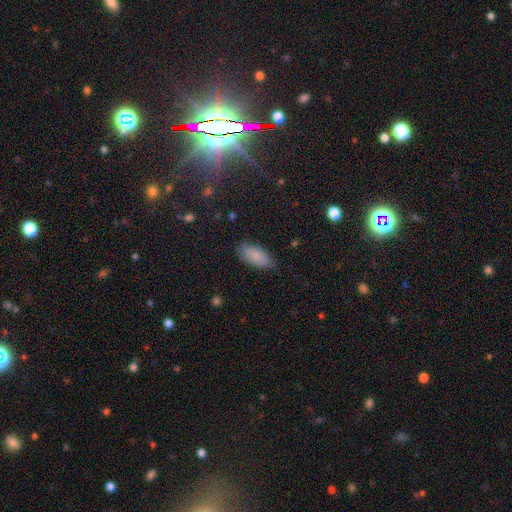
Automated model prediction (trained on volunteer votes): Smooth or featured?
  - smooth: 82% *
  - featured or disk: 11%
  - star or artifact: 7%
How rounded?
  - in between: 92% *
  - cigar-shaped: 6%
  - round: 2%
Merging?
  - none: 73% *
  - minor disturbance: 21%
  - major disturbance: 4%
  - merger: 1%